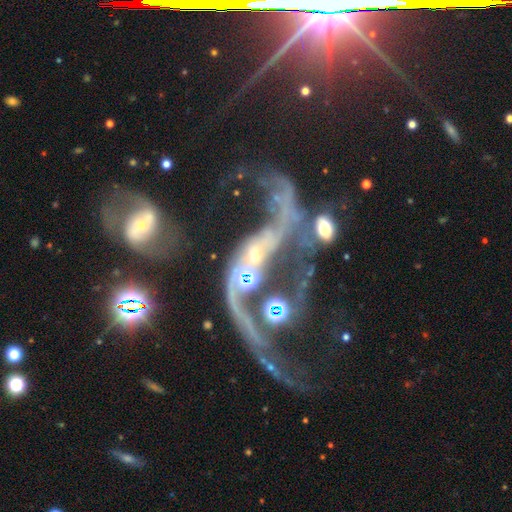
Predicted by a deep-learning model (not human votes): featured or disk 75%, star or artifact 16%, smooth 9%. Down the decision tree: edge-on disk — no (94%); bar — no (61%); spiral arms — yes (70%); bulge size — small (42%); merging — merger (50%).